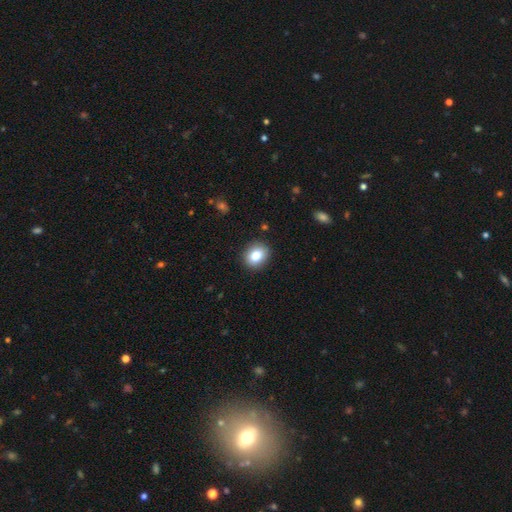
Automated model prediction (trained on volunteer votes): smooth_or_featured: smooth (p=0.81) [alt: star or artifact p=0.09]
how_rounded: round (p=0.57) [alt: in between p=0.42]
merging: none (p=0.90) [alt: minor disturbance p=0.07]